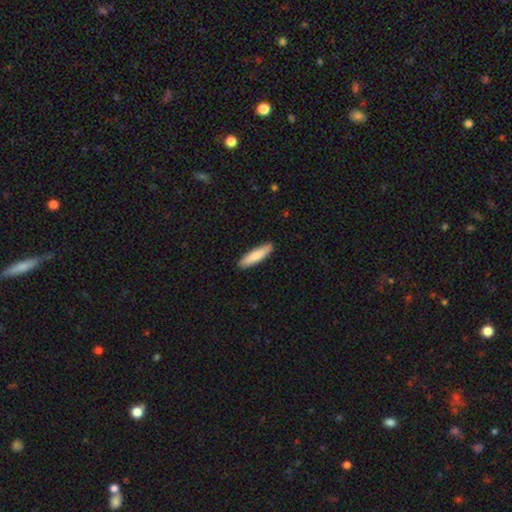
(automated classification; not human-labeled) This appears to be a smooth galaxy with no disk features (84%) that is cigar-shaped (74%). Merging: none (90%).